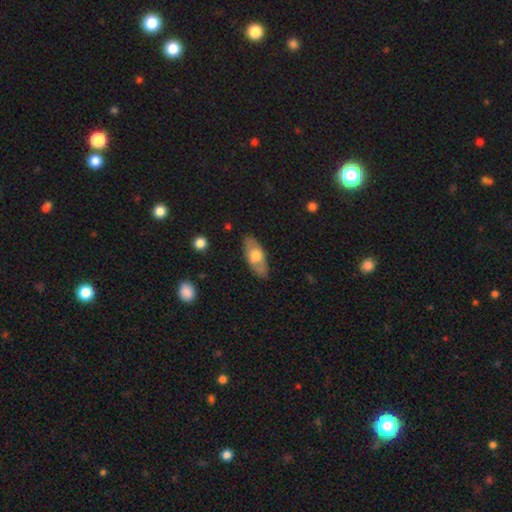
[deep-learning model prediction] Morphology: type=smooth (58%); roundness=in between (84%); merging=none (83%).